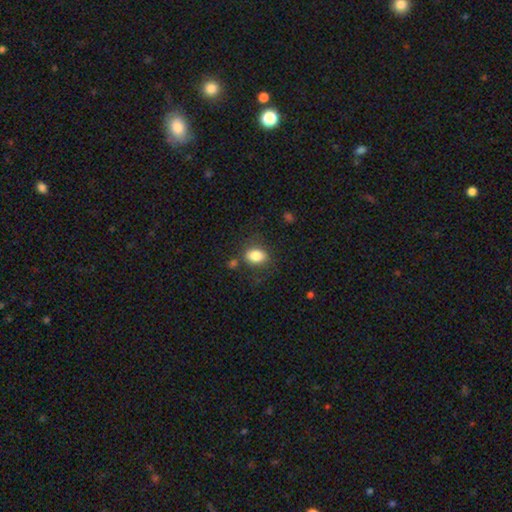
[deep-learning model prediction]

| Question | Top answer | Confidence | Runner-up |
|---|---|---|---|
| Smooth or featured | smooth | 83% | star or artifact (9%) |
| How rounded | in between | 75% | round (23%) |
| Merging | none | 74% | minor disturbance (15%) |